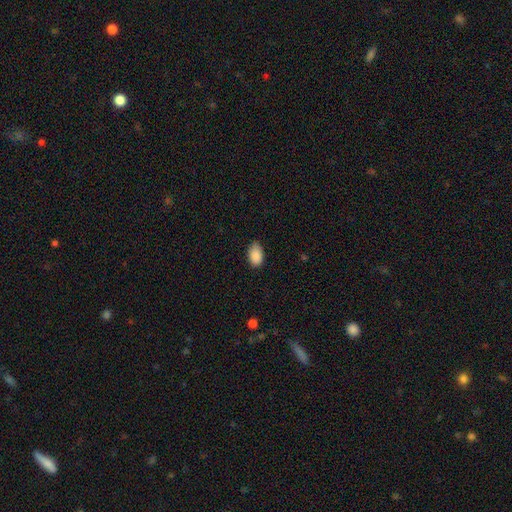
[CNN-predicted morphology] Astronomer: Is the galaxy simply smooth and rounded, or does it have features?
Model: smooth — 89%.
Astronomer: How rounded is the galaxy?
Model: in between — 92%.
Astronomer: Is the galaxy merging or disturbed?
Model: none — 76%.